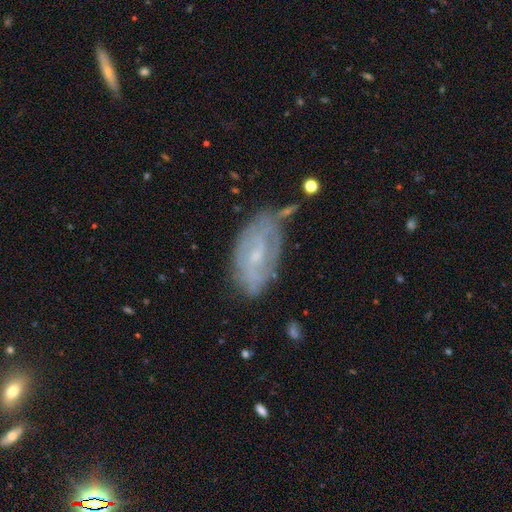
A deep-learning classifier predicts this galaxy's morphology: Smooth or featured? featured or disk (65%)
Edge-on disk? no (92%)
Bar? no (51%)
Spiral arms? yes (71%)
Bulge size? small (68%)
Merging? none (58%)